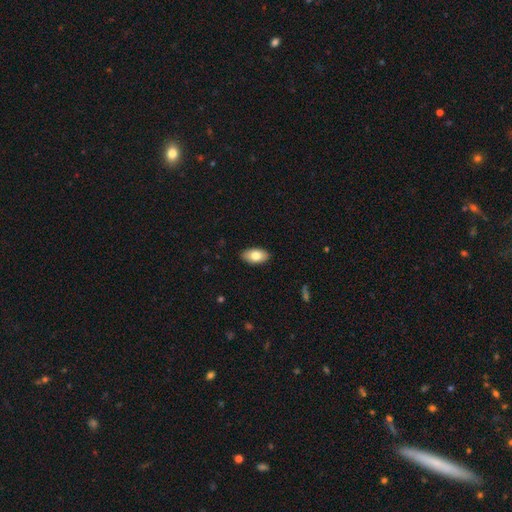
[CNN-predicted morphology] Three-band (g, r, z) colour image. It shows a smooth galaxy with no disk features (79%) that is in between round and cigar-shaped (94%). Merging: none (89%).